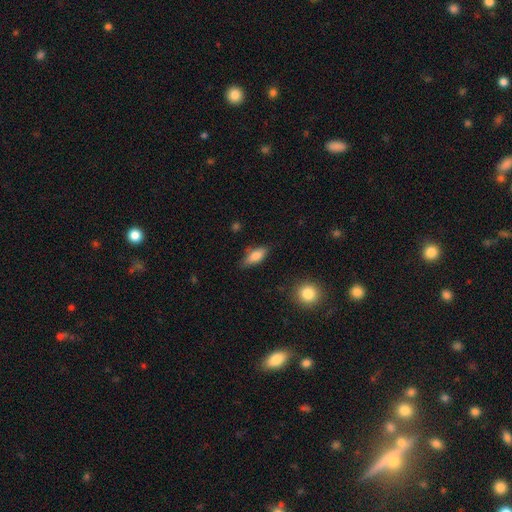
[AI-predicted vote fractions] A smooth galaxy with no disk features (79%) that is in between round and cigar-shaped (77%).

Vote fractions:
- Smooth or featured? smooth: 79% / featured or disk: 14% / star or artifact: 7%
- How rounded? in between: 77% / cigar-shaped: 20% / round: 3%
- Merging? none: 72% / minor disturbance: 21% / major disturbance: 4% / merger: 3%